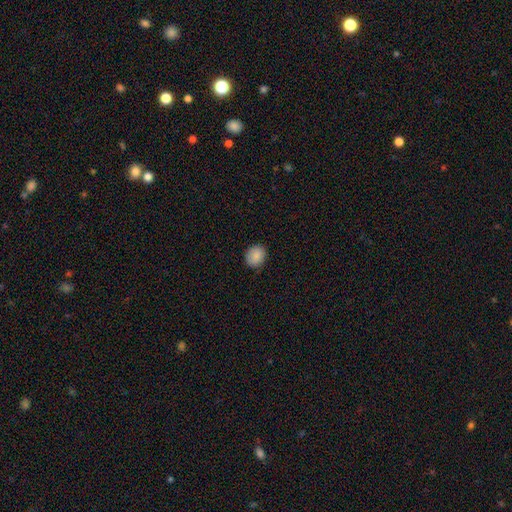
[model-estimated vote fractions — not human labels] Morphology: type=smooth (87%); roundness=round (66%); merging=none (86%).